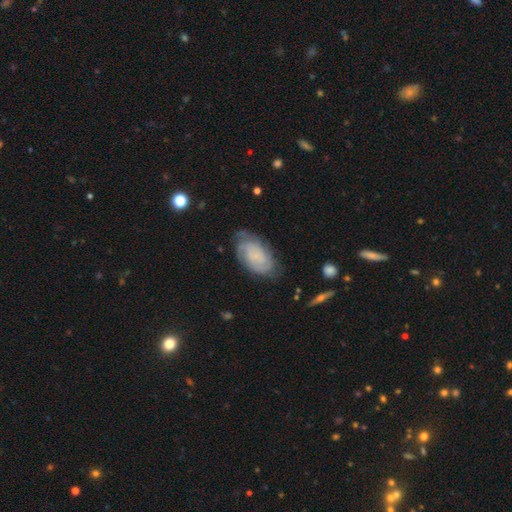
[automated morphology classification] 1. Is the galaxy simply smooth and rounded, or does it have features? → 65% featured or disk, 27% smooth, 8% star or artifact.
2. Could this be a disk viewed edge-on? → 96% no, 4% yes.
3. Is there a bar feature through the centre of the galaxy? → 71% no, 24% weak, 5% strong.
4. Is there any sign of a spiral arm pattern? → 91% yes, 9% no.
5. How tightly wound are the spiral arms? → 61% tight, 29% medium, 9% loose.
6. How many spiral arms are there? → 41% 2, 34% can't tell, 13% 3, 5% 1, 4% 4, 3% more than 4.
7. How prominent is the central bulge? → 47% none, 38% small, 10% moderate, 4% large, 2% dominant.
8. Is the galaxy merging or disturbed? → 66% none, 23% minor disturbance, 9% major disturbance, 2% merger.